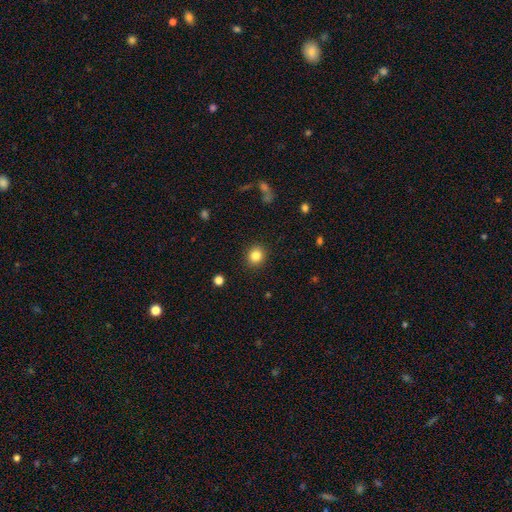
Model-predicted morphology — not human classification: Smooth or featured: smooth — 83% (star or artifact — 11%)
How rounded: round — 86% (in between — 14%)
Merging: none — 91% (minor disturbance — 6%)